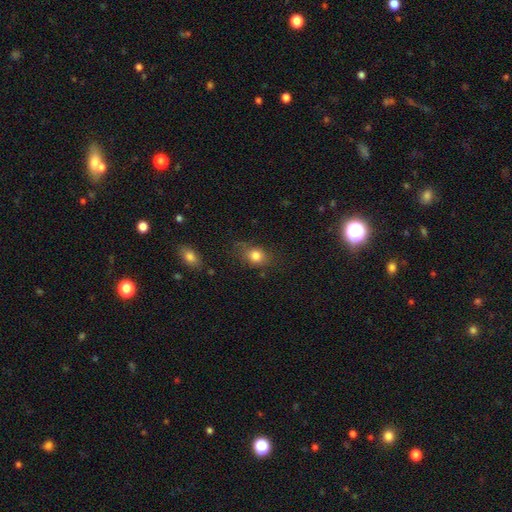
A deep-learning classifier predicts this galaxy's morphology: Smooth or featured: smooth — 82% (star or artifact — 10%)
How rounded: in between — 55% (round — 43%)
Merging: none — 67% (minor disturbance — 23%)